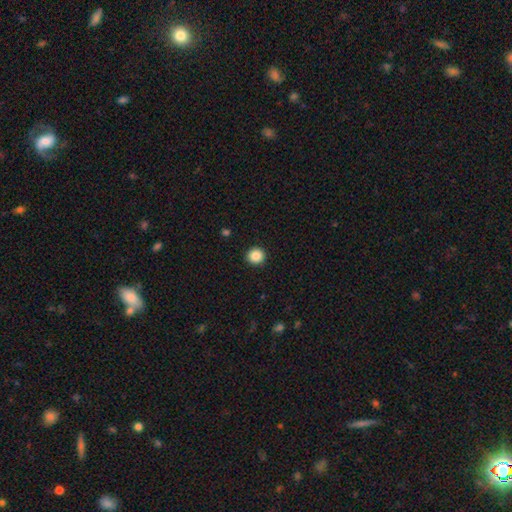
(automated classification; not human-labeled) smooth-or-featured: smooth: 87% | star or artifact: 10% | featured or disk: 4%
  how-rounded: round: 94% | in between: 5% | cigar-shaped: 1%
  merging: none: 93% | minor disturbance: 5% | major disturbance: 2% | merger: 1%